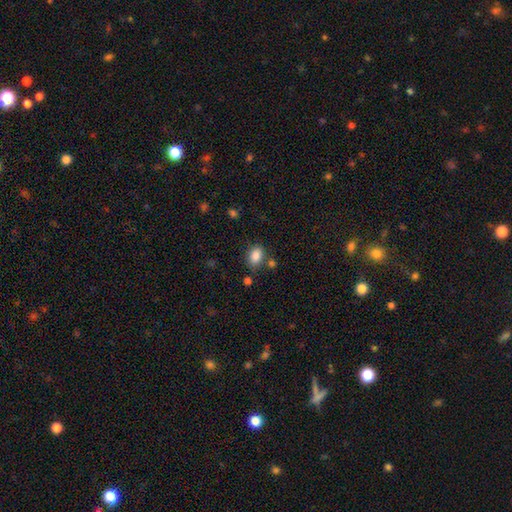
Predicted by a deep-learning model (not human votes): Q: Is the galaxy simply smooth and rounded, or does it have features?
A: smooth — 86%.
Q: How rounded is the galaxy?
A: in between — 79%.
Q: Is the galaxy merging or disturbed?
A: none — 76%.